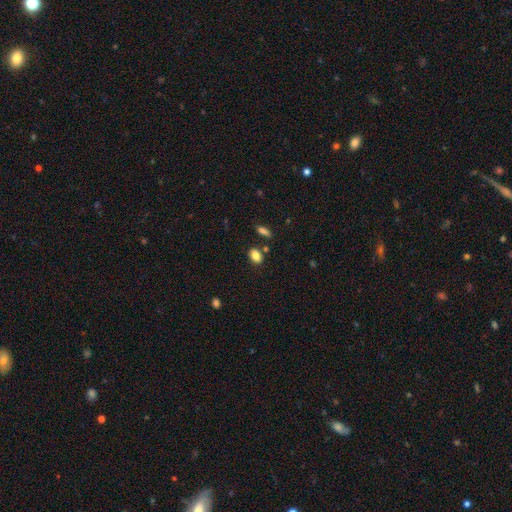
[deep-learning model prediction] This appears to be a smooth galaxy with no disk features (84%) that is in between round and cigar-shaped (77%). Merging: none (78%).